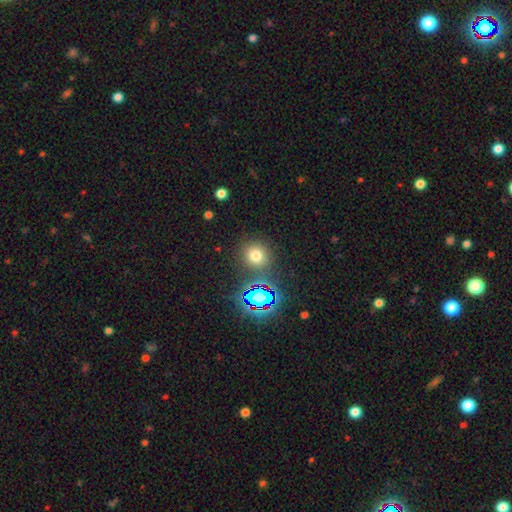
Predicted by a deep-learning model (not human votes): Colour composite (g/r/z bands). It shows a smooth galaxy with no disk features (67%) that is round (85%). Merging: none (83%).